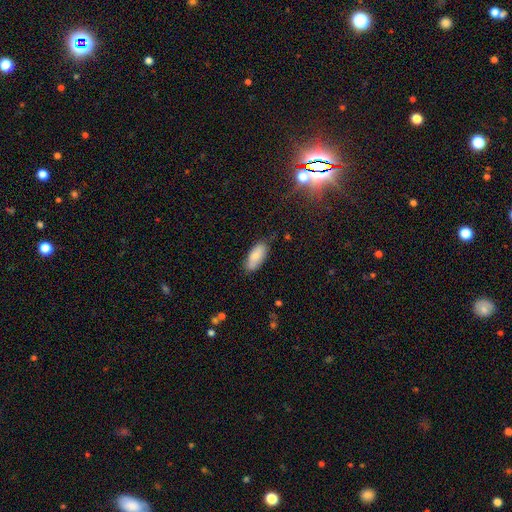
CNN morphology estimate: Smooth or featured: smooth — 81% (featured or disk — 12%)
How rounded: in between — 85% (cigar-shaped — 13%)
Merging: none — 73% (minor disturbance — 21%)